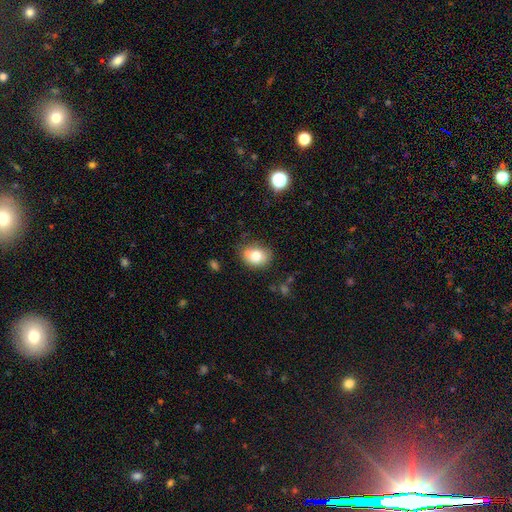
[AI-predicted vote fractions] The model was most divided on "how rounded": in between: 63%, round: 36%, cigar-shaped: 1%. More confident: smooth or featured — smooth (78%); merging — none (66%).